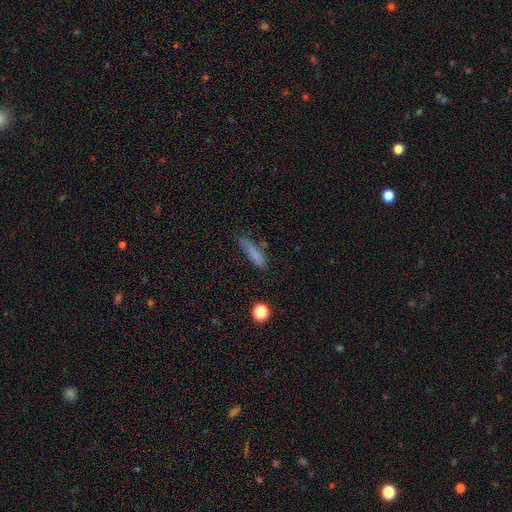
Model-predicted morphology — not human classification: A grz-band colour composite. It shows a smooth galaxy with no disk features (73%) that is cigar-shaped (77%). Merging: none (69%).